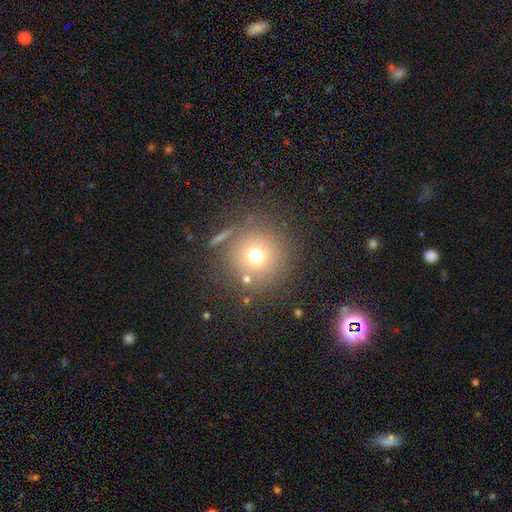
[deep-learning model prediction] smooth-or-featured: smooth: 68% | star or artifact: 19% | featured or disk: 13%
  how-rounded: round: 94% | in between: 5% | cigar-shaped: 1%
  merging: none: 79% | minor disturbance: 9% | merger: 7% | major disturbance: 5%